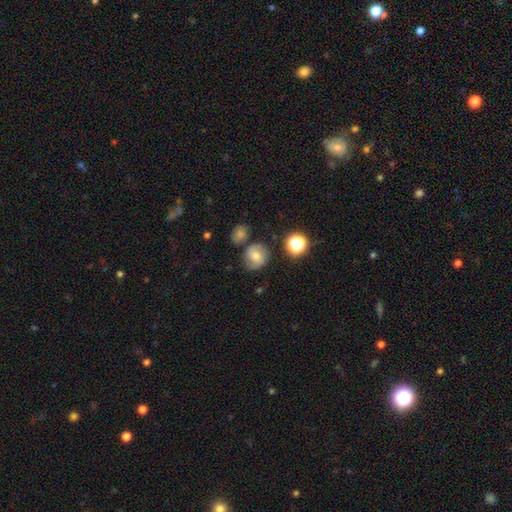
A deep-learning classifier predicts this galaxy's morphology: smooth 56%, featured or disk 30%, star or artifact 13%. Down the decision tree: how rounded — round (78%); merging — none (70%).